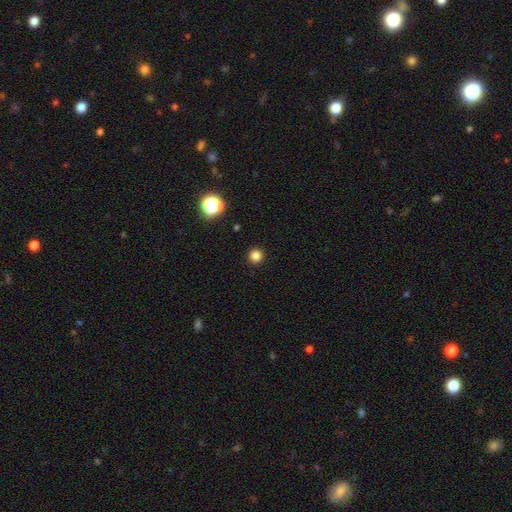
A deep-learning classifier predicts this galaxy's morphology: Smooth or featured? smooth (81%)
How rounded? round (96%)
Merging? none (93%)